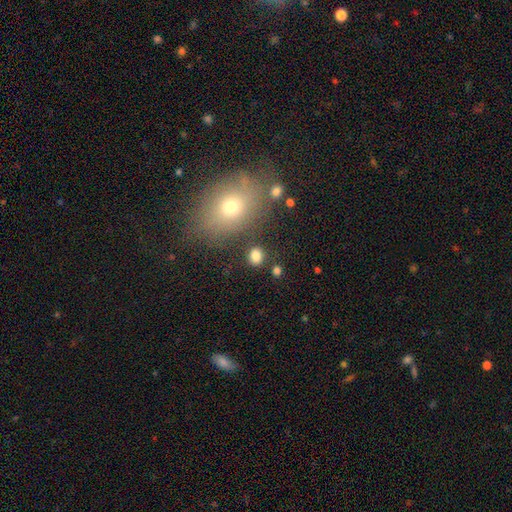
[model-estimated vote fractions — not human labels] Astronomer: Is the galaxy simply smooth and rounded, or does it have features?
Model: smooth — 83%.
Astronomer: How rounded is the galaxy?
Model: round — 71%.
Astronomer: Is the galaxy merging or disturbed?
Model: none — 83%.